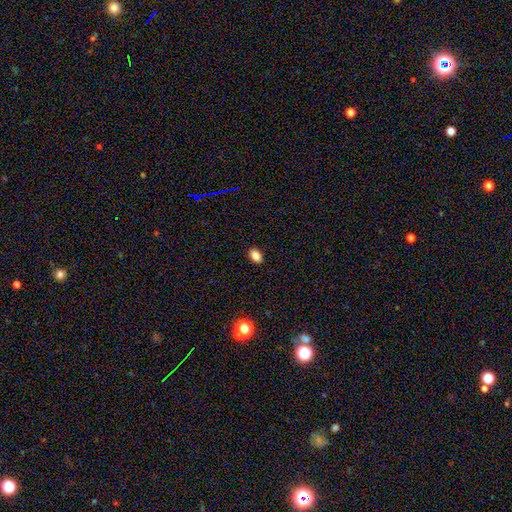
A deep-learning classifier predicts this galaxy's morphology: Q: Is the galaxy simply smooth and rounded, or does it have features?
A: smooth — 84%.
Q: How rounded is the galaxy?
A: in between — 85%.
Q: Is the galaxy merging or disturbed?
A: none — 89%.